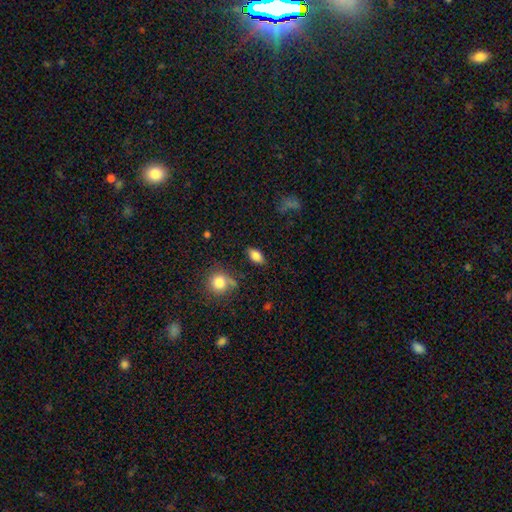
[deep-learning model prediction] Smooth or featured?
  - smooth: 81% *
  - featured or disk: 10%
  - star or artifact: 9%
How rounded?
  - in between: 88% *
  - round: 6%
  - cigar-shaped: 5%
Merging?
  - none: 84% *
  - minor disturbance: 11%
  - major disturbance: 3%
  - merger: 3%